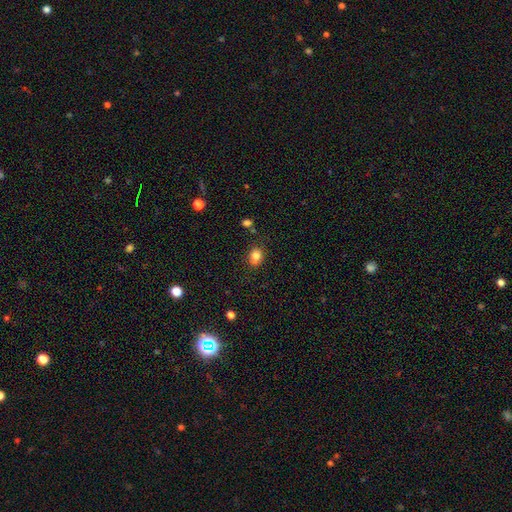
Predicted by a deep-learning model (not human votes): Morphology: type=smooth (82%); roundness=round (59%); merging=none (73%).